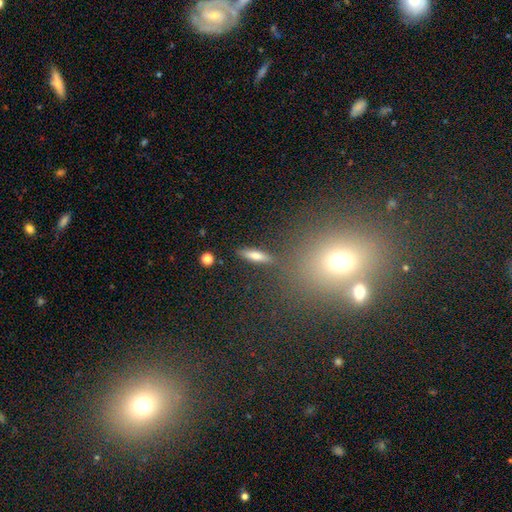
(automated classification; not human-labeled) Smooth or featured: smooth — 69% (featured or disk — 22%)
How rounded: cigar-shaped — 67% (in between — 30%)
Merging: none — 86% (minor disturbance — 9%)